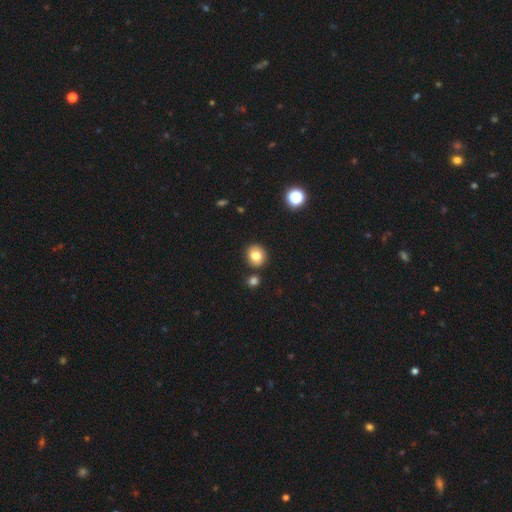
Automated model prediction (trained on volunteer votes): This appears to be a smooth galaxy with no disk features (79%) that is round (76%). Merging: none (83%).